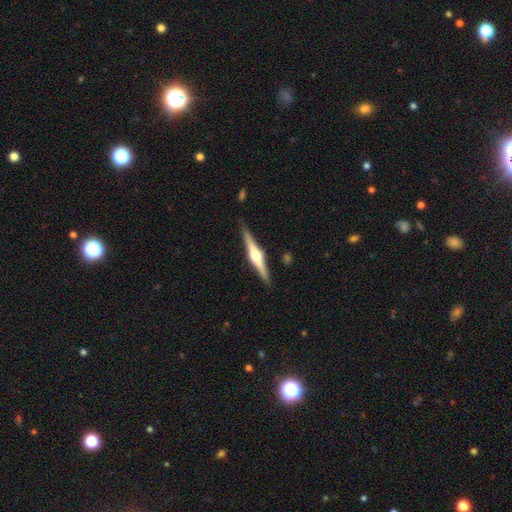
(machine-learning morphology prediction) This is clearly a featured or disk galaxy (80%). It is clearly viewed edge-on (98%). Edge-on bulge: clearly rounded (93%). Merging: clearly none (90%).